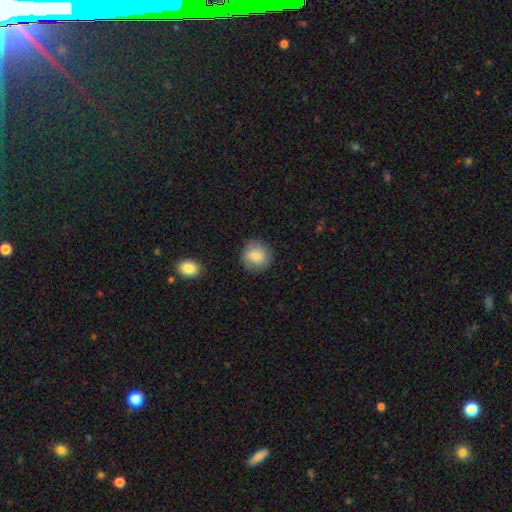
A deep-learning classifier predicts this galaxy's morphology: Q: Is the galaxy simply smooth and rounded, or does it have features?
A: smooth — 80%.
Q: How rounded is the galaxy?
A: round — 84%.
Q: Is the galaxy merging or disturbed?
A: none — 84%.